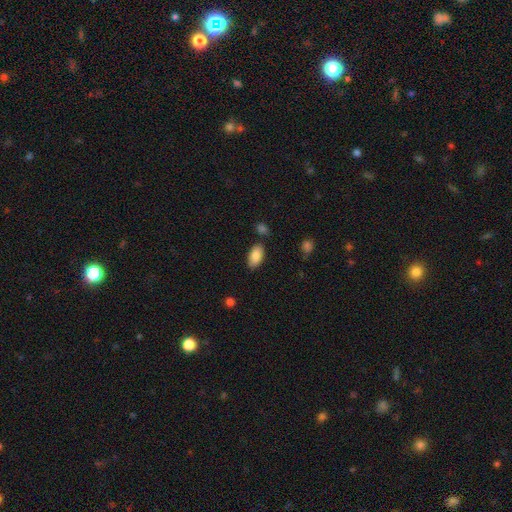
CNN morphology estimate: smooth 86%, featured or disk 8%, star or artifact 7%. Down the decision tree: how rounded — in between (93%); merging — none (81%).